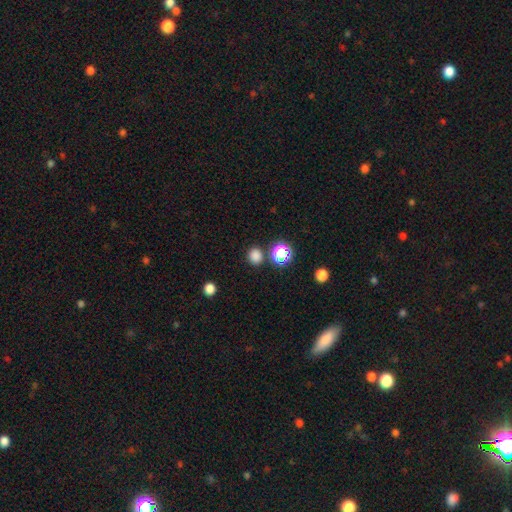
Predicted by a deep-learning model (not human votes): This is likely a smooth galaxy (77%). How rounded: clearly round (86%). Merging: clearly none (85%).